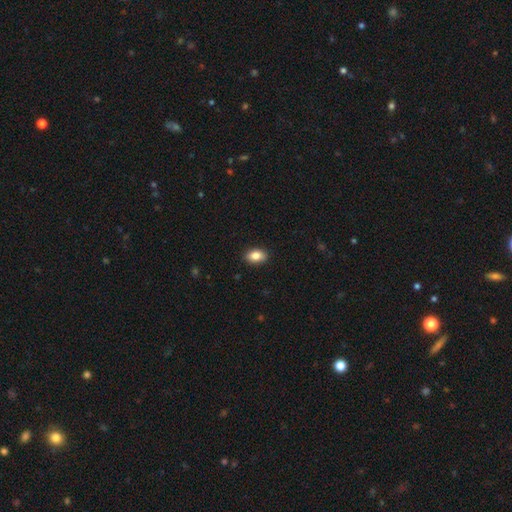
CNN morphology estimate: Smooth or featured?
  - smooth: 85% *
  - star or artifact: 8%
  - featured or disk: 8%
How rounded?
  - in between: 87% *
  - round: 12%
  - cigar-shaped: 2%
Merging?
  - none: 89% *
  - minor disturbance: 8%
  - major disturbance: 2%
  - merger: 1%